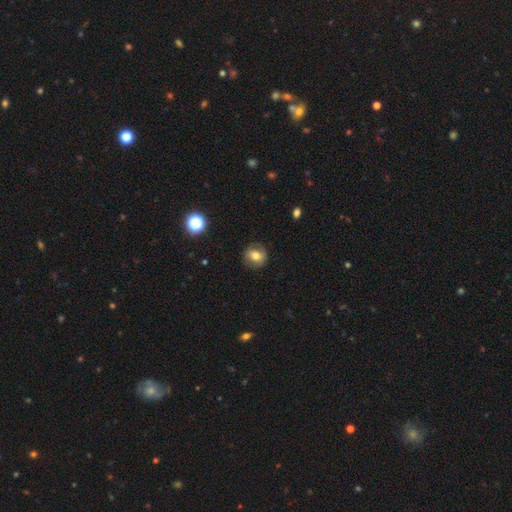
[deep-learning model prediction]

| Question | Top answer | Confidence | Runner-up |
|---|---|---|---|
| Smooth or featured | smooth | 68% | featured or disk (20%) |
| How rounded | round | 80% | in between (19%) |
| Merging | none | 85% | minor disturbance (11%) |